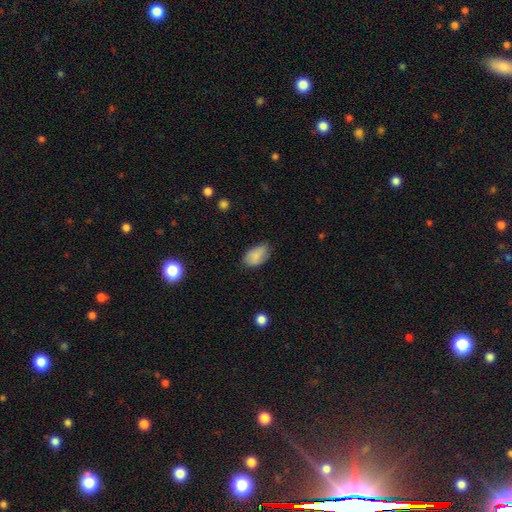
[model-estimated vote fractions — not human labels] Smooth or featured? smooth (84%)
How rounded? in between (92%)
Merging? none (68%)